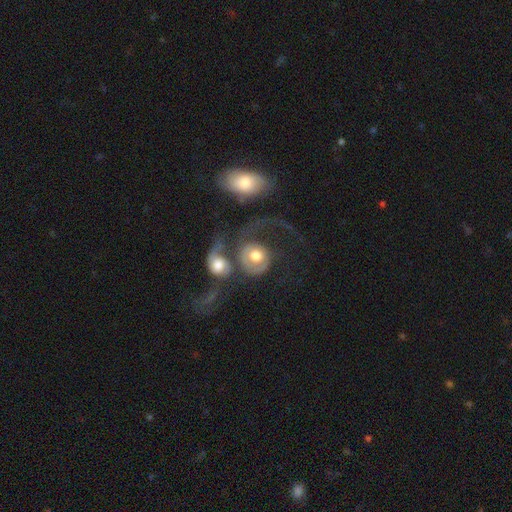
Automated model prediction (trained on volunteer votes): A featured or disk galaxy (49%).

Vote fractions:
- Smooth or featured? featured or disk: 49% / smooth: 44% / star or artifact: 7%
- Merging? merger: 53% / major disturbance: 24% / none: 16% / minor disturbance: 8%